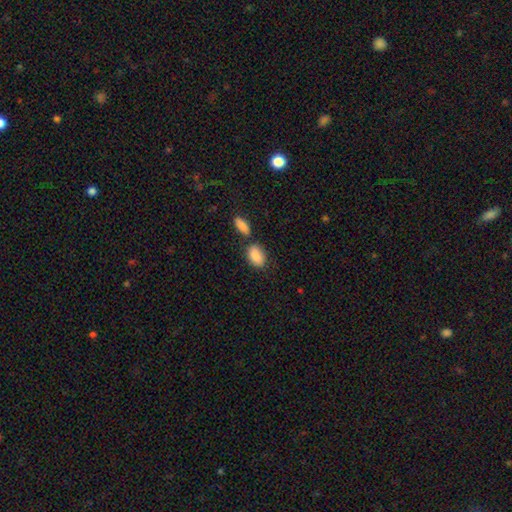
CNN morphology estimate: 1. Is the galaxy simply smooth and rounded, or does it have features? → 87% smooth, 6% star or artifact, 6% featured or disk.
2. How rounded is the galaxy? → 89% in between, 9% round, 2% cigar-shaped.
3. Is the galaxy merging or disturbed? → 60% none, 20% merger, 15% minor disturbance, 4% major disturbance.